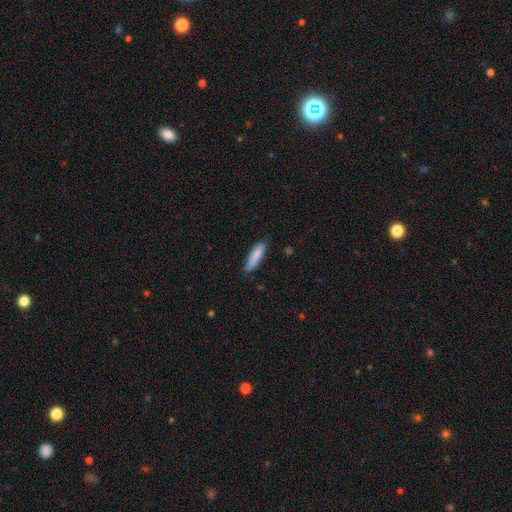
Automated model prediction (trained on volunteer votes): A smooth galaxy with no disk features (82%) that is cigar-shaped (63%).

Vote fractions:
- Smooth or featured? smooth: 82% / featured or disk: 12% / star or artifact: 6%
- How rounded? cigar-shaped: 63% / in between: 36% / round: 1%
- Merging? none: 76% / minor disturbance: 19% / major disturbance: 3% / merger: 2%